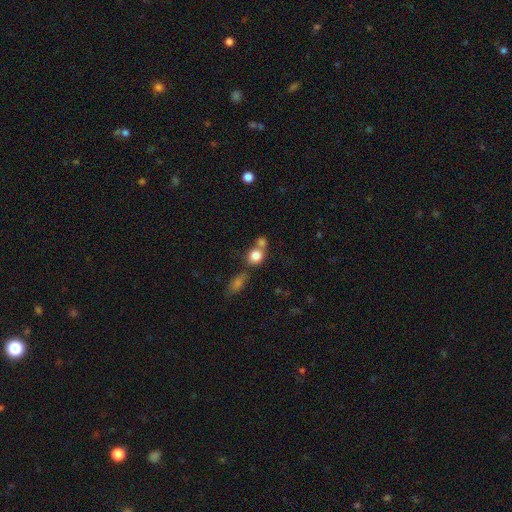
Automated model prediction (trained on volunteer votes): Smooth or featured: smooth — 80% (star or artifact — 10%)
How rounded: round — 70% (in between — 28%)
Merging: merger — 45% (none — 41%)